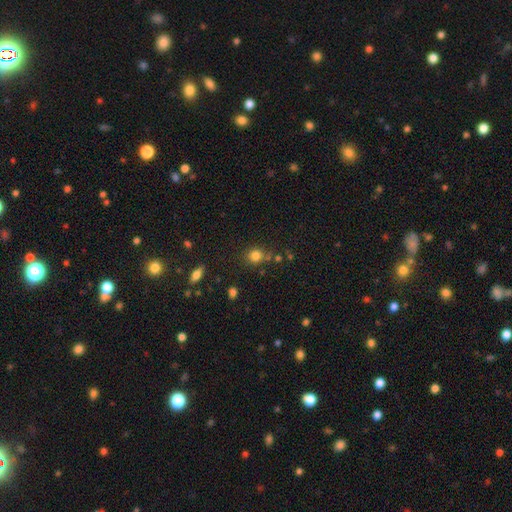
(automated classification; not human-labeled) smooth_or_featured: smooth (p=0.81) [alt: star or artifact p=0.13]
how_rounded: round (p=0.83) [alt: in between p=0.16]
merging: none (p=0.73) [alt: minor disturbance p=0.13]